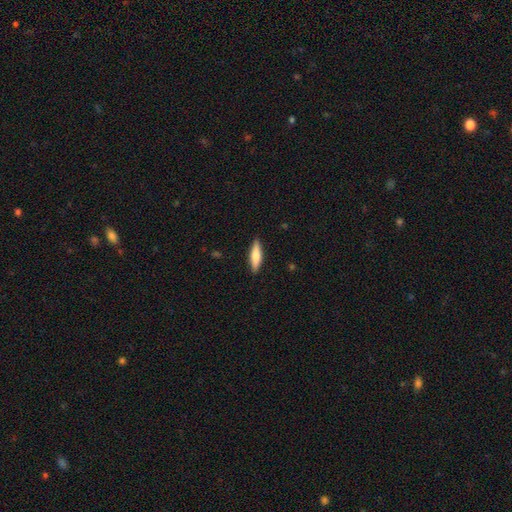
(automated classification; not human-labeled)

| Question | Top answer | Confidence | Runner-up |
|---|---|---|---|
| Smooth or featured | smooth | 68% | featured or disk (27%) |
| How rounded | cigar-shaped | 69% | in between (29%) |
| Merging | none | 89% | minor disturbance (8%) |